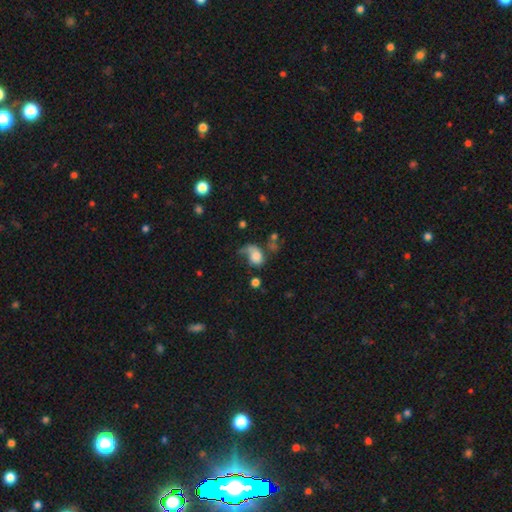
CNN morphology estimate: smooth_or_featured: smooth (p=0.63) [alt: featured or disk p=0.26]
how_rounded: in between (p=0.63) [alt: round p=0.35]
merging: major disturbance (p=0.45) [alt: none p=0.22]